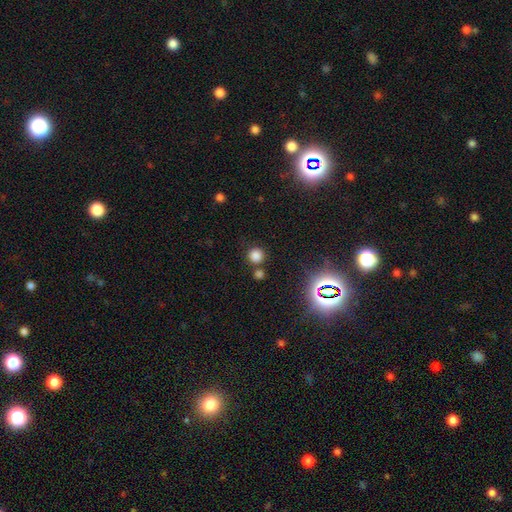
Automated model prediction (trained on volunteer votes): A smooth galaxy with no disk features (77%) that is round (93%). Merging: none (77%).